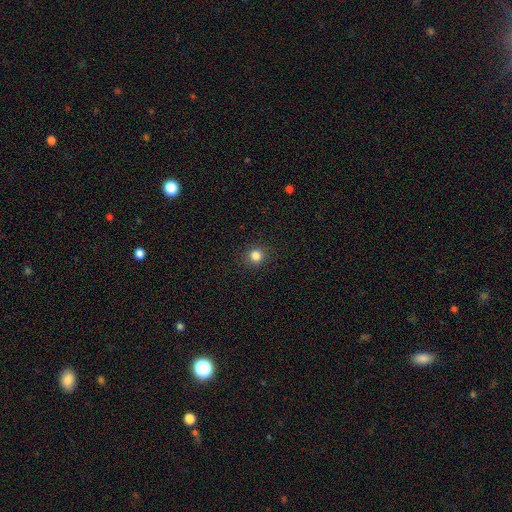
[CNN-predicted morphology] Q: Smooth or featured?
A: smooth (83%); runner-up: star or artifact (12%)
Q: How rounded?
A: round (89%); runner-up: in between (10%)
Q: Merging?
A: none (91%); runner-up: minor disturbance (6%)